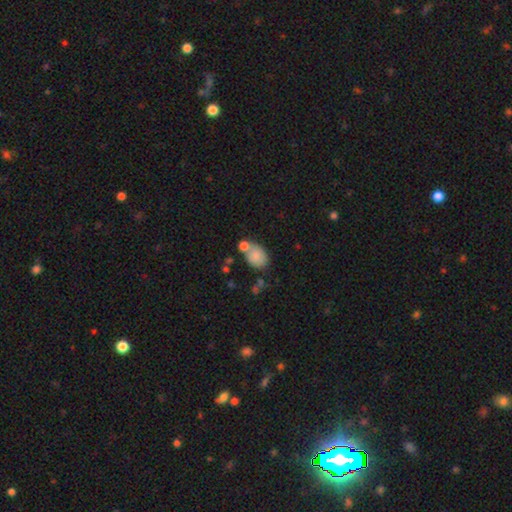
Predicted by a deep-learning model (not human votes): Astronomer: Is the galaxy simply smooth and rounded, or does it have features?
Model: smooth — 81%.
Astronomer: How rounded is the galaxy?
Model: in between — 70%.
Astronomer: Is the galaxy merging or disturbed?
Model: none — 48% (runner-up: merger, 29%).